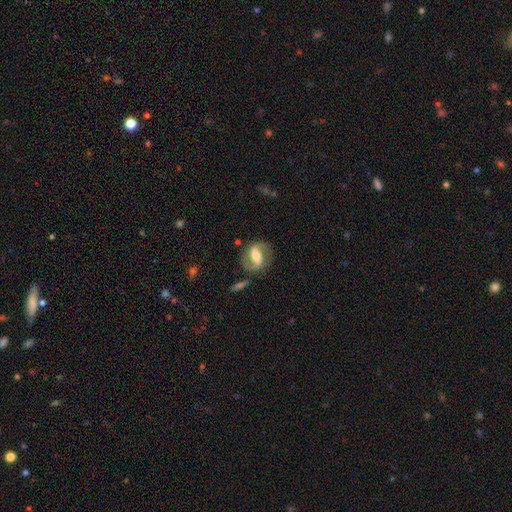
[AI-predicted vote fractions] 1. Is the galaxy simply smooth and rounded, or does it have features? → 83% featured or disk, 12% smooth, 5% star or artifact.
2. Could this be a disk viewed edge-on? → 97% no, 3% yes.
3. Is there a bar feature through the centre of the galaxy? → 46% strong, 37% weak, 17% no.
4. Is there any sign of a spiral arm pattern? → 94% yes, 6% no.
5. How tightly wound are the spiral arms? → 53% medium, 26% loose, 21% tight.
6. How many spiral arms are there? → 91% 2, 3% 1, 3% can't tell, 1% 3, 1% 4, 1% more than 4.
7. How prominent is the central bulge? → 56% moderate, 24% small, 14% large, 4% none, 2% dominant.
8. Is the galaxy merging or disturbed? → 78% none, 13% minor disturbance, 6% major disturbance, 3% merger.